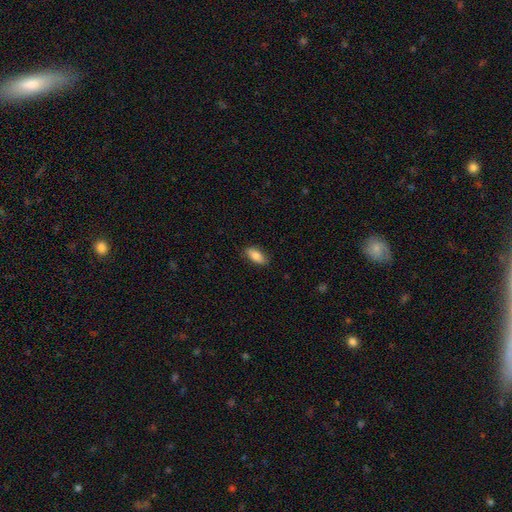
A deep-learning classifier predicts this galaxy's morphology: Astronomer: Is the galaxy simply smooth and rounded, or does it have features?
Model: smooth — 83%.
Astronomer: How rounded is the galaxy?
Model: in between — 86%.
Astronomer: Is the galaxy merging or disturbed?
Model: none — 86%.